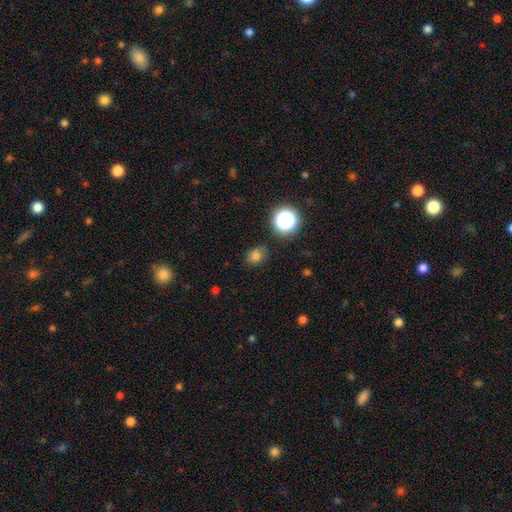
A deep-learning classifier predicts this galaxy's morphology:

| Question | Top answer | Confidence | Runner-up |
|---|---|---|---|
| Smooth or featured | smooth | 76% | star or artifact (17%) |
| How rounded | round | 53% | in between (46%) |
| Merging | none | 81% | minor disturbance (13%) |